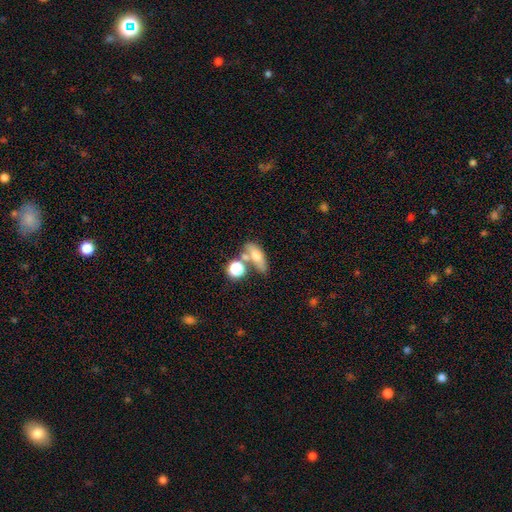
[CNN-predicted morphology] smooth 64%, featured or disk 25%, star or artifact 11%. Down the decision tree: how rounded — in between (62%); merging — none (46%).